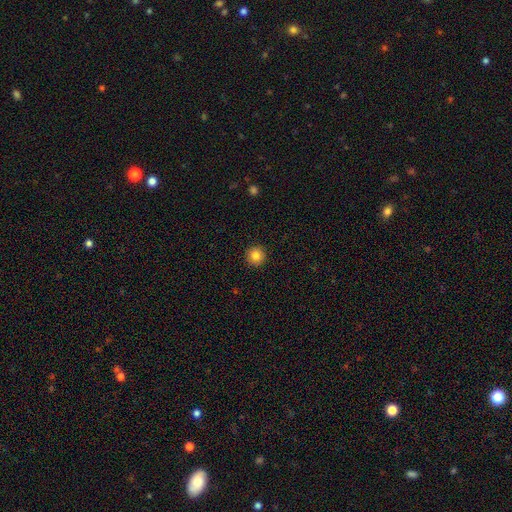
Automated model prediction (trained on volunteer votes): A smooth galaxy with no disk features (84%) that is round (96%). Merging: none (93%).